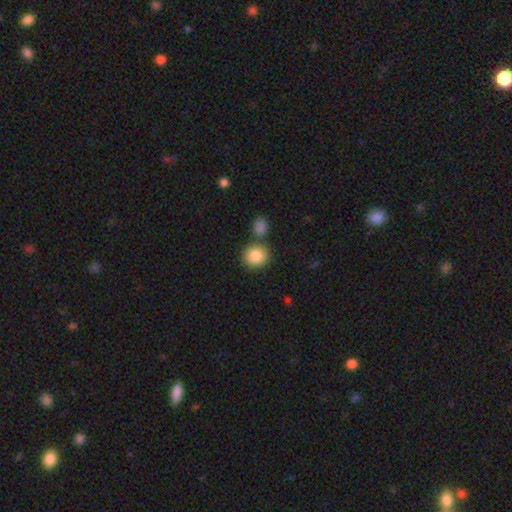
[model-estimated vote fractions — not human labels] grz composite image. It shows a smooth galaxy with no disk features (87%) that is round (82%). Merging: none (68%).